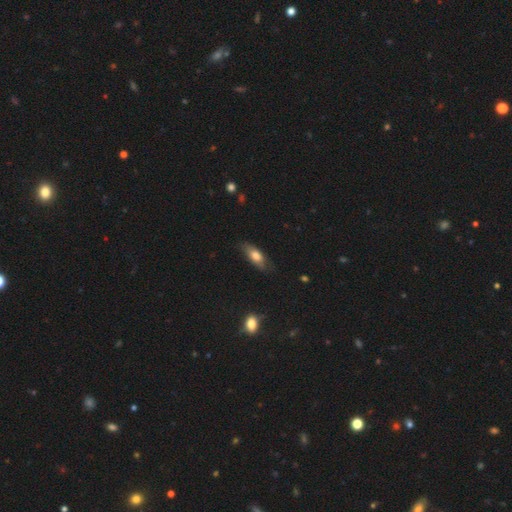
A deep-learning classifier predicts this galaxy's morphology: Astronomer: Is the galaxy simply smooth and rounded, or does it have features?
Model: smooth — 71%.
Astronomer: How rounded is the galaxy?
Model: in between — 73%.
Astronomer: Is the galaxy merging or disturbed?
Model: none — 74%.